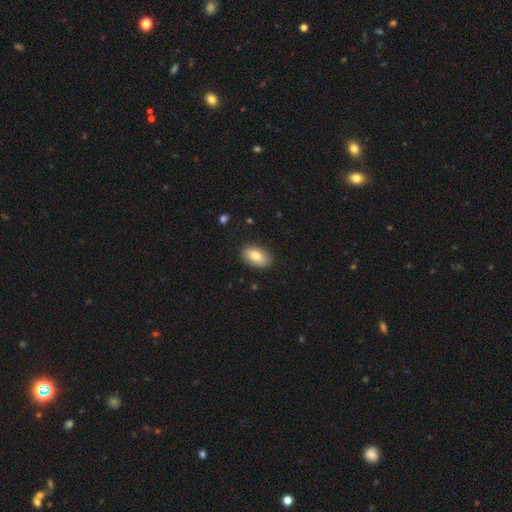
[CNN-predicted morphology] This is clearly a smooth galaxy (81%). How rounded: clearly in between (92%). Merging: clearly none (87%).